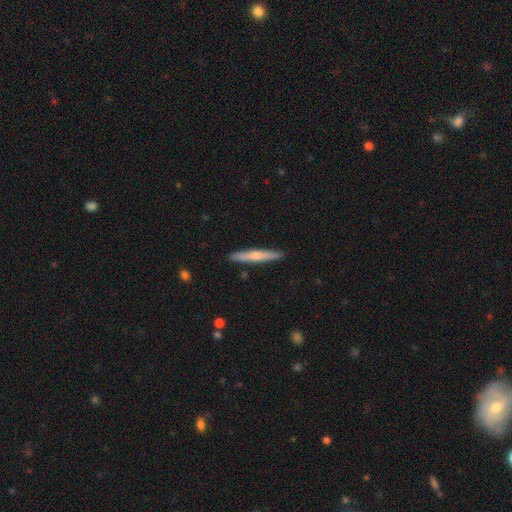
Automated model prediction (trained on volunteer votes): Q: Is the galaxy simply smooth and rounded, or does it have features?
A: smooth — 55%.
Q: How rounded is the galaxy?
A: cigar-shaped — 94%.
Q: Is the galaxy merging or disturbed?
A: none — 91%.